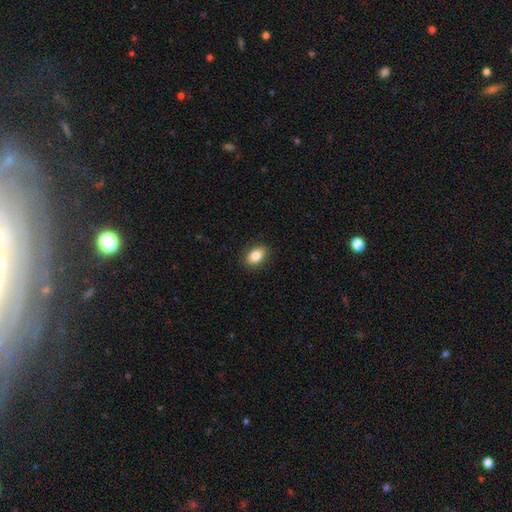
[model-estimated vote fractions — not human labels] Smooth or featured: smooth — 83% (featured or disk — 9%)
How rounded: in between — 85% (round — 13%)
Merging: none — 88% (minor disturbance — 9%)